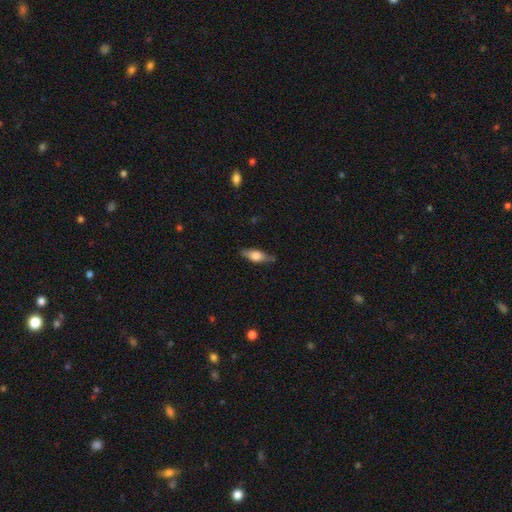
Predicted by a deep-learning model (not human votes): smooth-or-featured: smooth: 56% | featured or disk: 37% | star or artifact: 7%
  how-rounded: in between: 64% | cigar-shaped: 32% | round: 4%
  merging: none: 78% | minor disturbance: 17% | major disturbance: 3% | merger: 2%